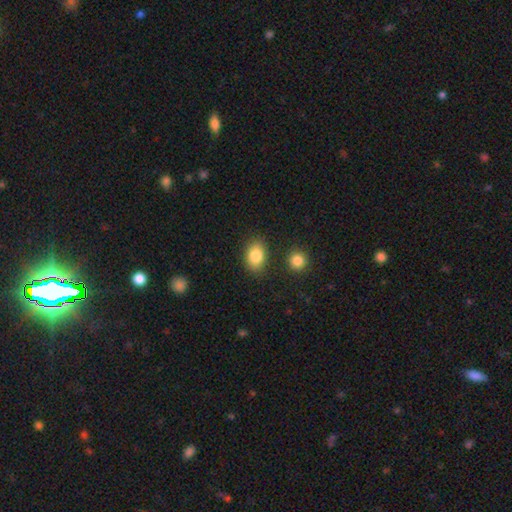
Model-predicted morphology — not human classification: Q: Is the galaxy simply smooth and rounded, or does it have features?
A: smooth — 85%.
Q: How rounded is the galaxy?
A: in between — 81%.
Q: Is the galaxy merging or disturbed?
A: none — 82%.